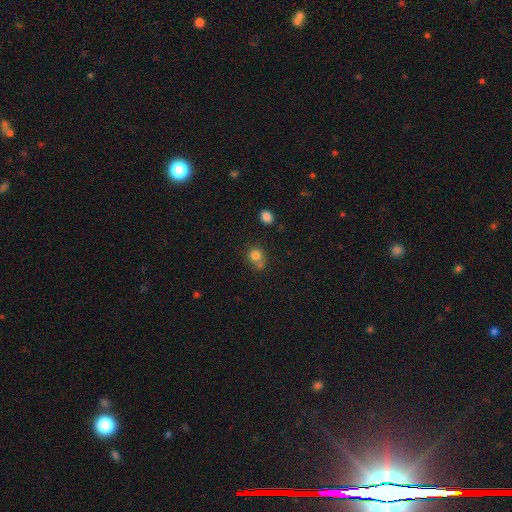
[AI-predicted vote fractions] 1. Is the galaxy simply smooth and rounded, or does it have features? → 79% smooth, 12% star or artifact, 9% featured or disk.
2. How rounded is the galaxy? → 82% round, 17% in between, 1% cigar-shaped.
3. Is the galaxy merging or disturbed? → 52% none, 30% merger, 13% minor disturbance, 5% major disturbance.